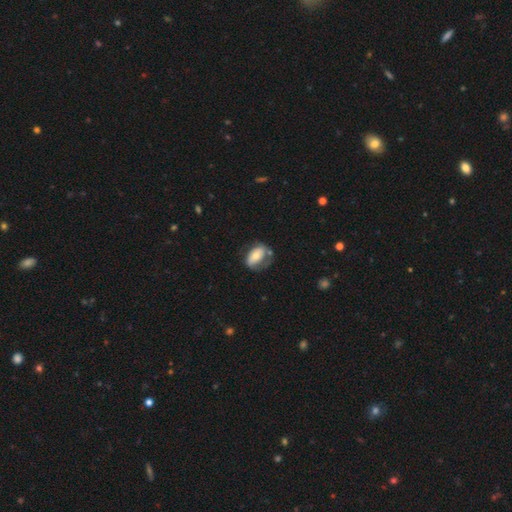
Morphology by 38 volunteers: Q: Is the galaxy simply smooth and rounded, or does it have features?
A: smooth — 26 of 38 (68%).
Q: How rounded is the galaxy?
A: in between — 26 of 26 (100%).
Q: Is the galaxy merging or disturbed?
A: none — 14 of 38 (37%).